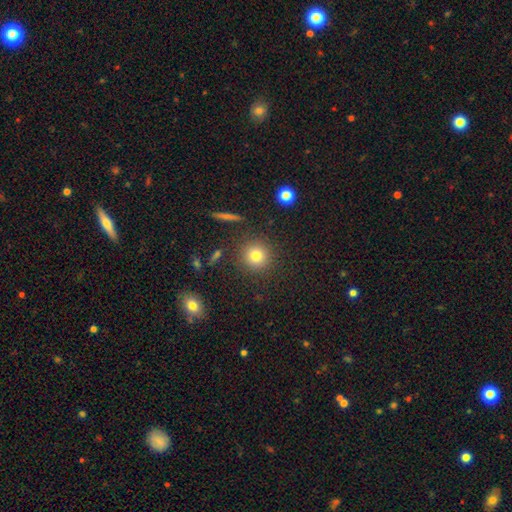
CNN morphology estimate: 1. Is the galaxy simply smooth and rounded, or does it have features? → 78% smooth, 14% star or artifact, 8% featured or disk.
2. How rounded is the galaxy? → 94% round, 5% in between, 1% cigar-shaped.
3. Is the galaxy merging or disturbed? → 89% none, 7% minor disturbance, 3% major disturbance, 2% merger.